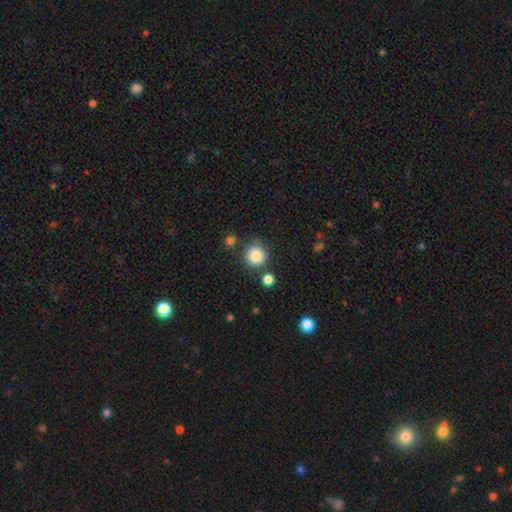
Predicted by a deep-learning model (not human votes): smooth_or_featured: smooth (p=0.86) [alt: star or artifact p=0.10]
how_rounded: round (p=0.91) [alt: in between p=0.08]
merging: none (p=0.78) [alt: minor disturbance p=0.11]